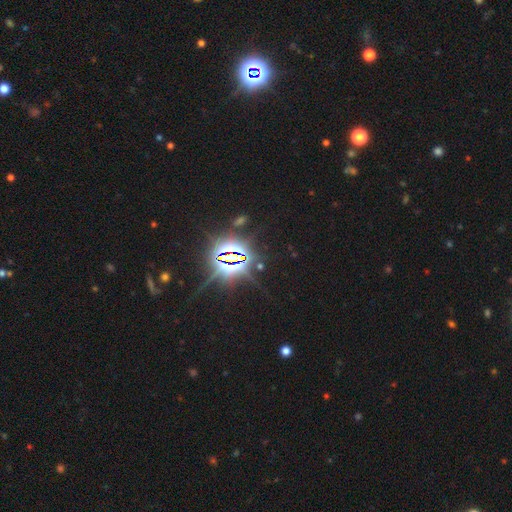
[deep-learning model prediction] star or artifact 85%, smooth 9%, featured or disk 6%.